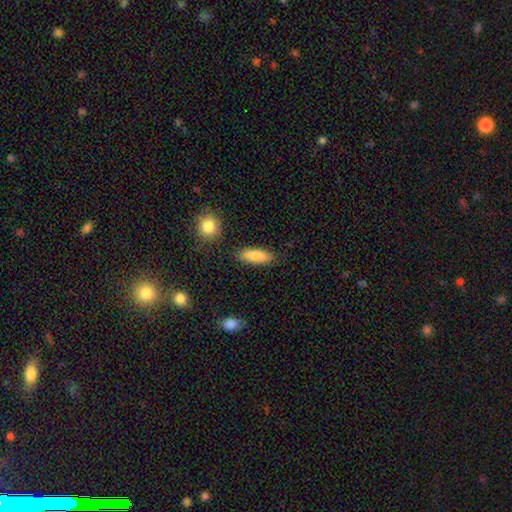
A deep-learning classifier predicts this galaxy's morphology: A smooth galaxy with no disk features (86%) that is in between round and cigar-shaped (60%). Merging: none (84%).